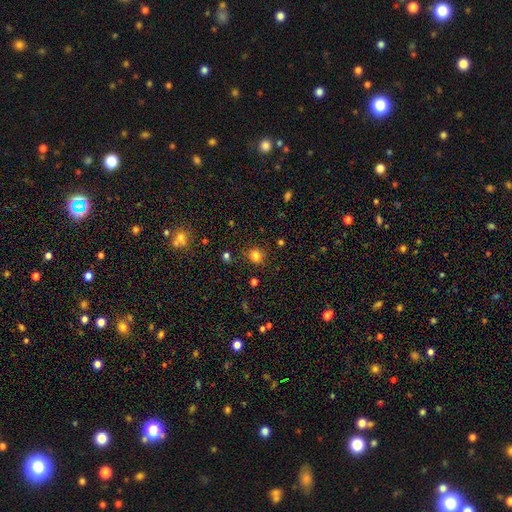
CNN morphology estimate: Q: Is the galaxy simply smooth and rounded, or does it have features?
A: smooth — 79%.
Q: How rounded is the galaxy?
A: round — 84%.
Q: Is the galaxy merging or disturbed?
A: none — 83%.